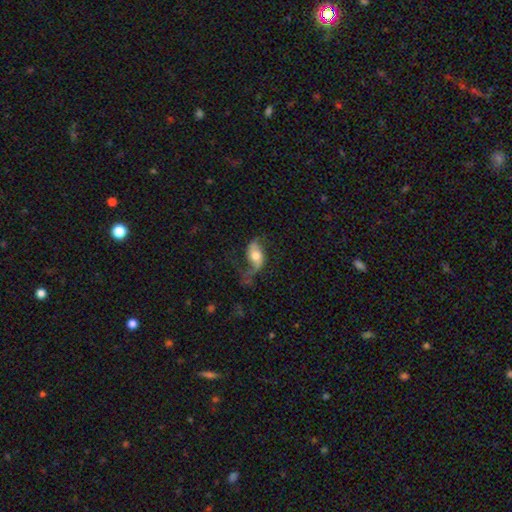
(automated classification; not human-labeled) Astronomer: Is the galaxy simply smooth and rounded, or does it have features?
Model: featured or disk — 62%.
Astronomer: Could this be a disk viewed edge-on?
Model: no — 93%.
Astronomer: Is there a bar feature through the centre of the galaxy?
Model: no — 54% (runner-up: weak, 29%).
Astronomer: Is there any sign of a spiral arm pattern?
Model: yes — 84%.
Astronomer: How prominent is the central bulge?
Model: moderate — 65%.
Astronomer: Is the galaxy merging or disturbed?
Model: none — 44% (runner-up: major disturbance, 30%).